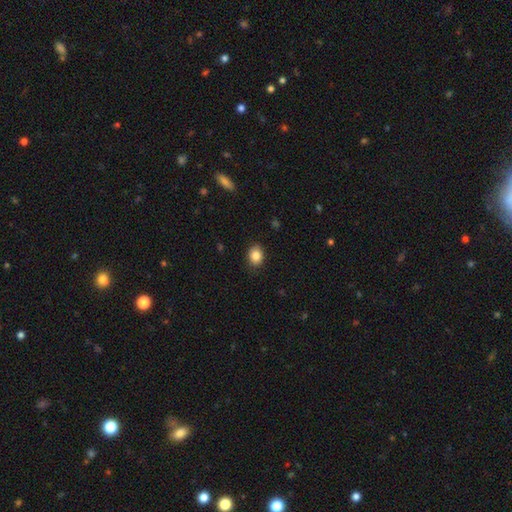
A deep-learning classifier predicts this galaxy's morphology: Smooth or featured? smooth (86%)
How rounded? round (50%)
Merging? none (87%)